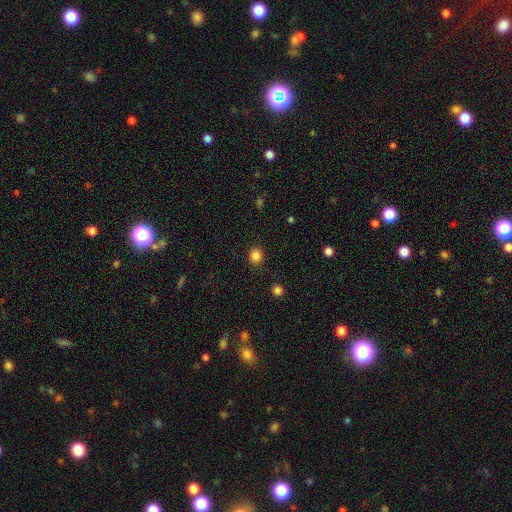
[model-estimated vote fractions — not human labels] Morphology: type=smooth (85%); roundness=round (77%); merging=none (87%).